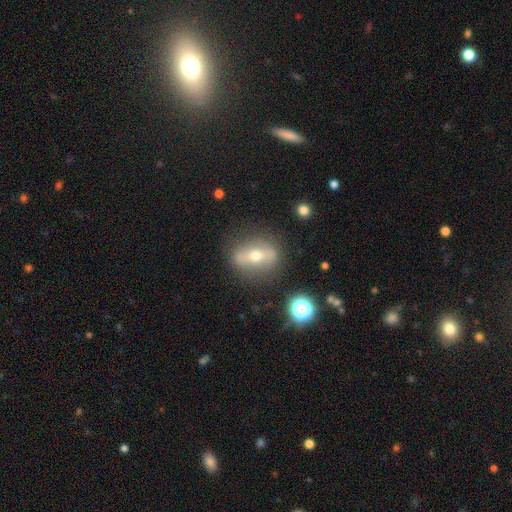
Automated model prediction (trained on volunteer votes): This appears to be a featured or disk galaxy (59%). Merging: none (80%).